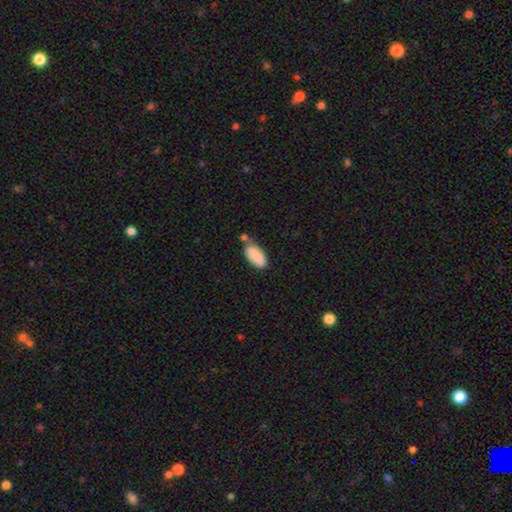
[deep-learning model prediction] A smooth galaxy with no disk features (86%) that is in between round and cigar-shaped (92%). Merging: none (52%).